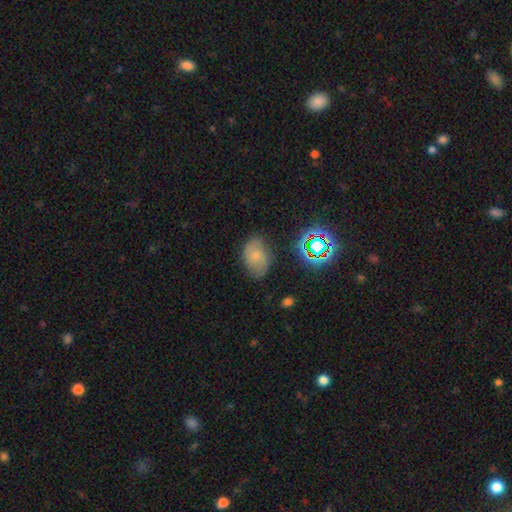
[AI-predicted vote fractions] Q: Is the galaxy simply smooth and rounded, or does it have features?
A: smooth — 63%.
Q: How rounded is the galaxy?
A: in between — 81%.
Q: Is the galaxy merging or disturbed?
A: none — 69%.